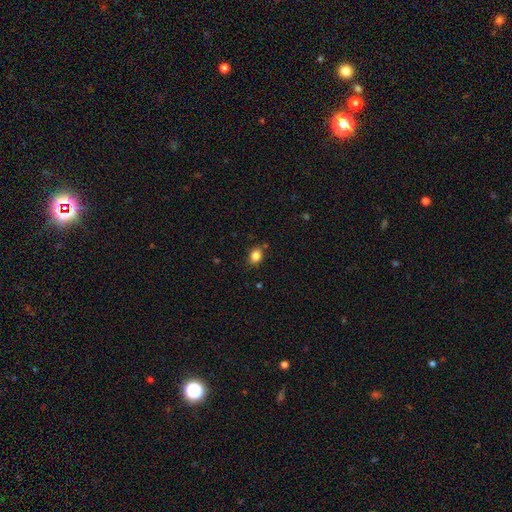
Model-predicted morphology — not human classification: A smooth galaxy with no disk features (84%) that is in between round and cigar-shaped (55%). Merging: none (81%).